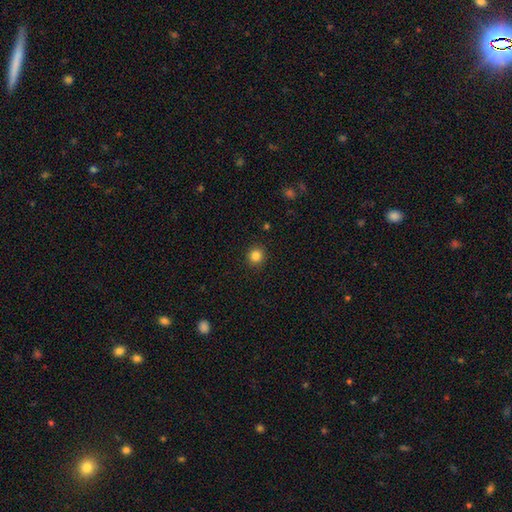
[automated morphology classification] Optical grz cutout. It shows a smooth galaxy with no disk features (84%) that is round (92%). Merging: none (91%).